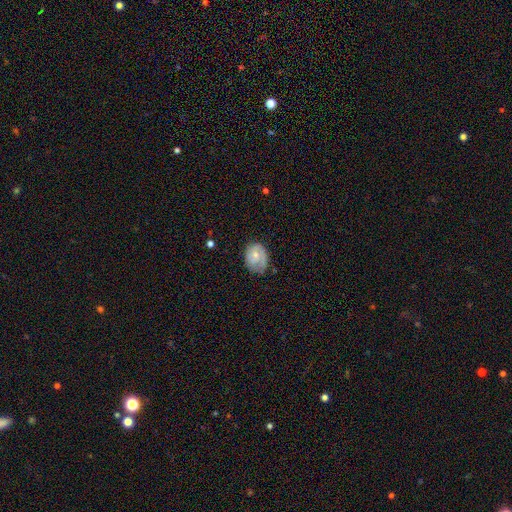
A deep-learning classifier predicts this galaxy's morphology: Q: Smooth or featured?
A: featured or disk (54%); runner-up: smooth (39%)
Q: Edge-on disk?
A: no (96%); runner-up: yes (4%)
Q: Bar?
A: no (67%); runner-up: weak (29%)
Q: Spiral arms?
A: yes (79%); runner-up: no (21%)
Q: Bulge size?
A: small (49%); runner-up: moderate (45%)
Q: Merging?
A: none (59%); runner-up: minor disturbance (30%)